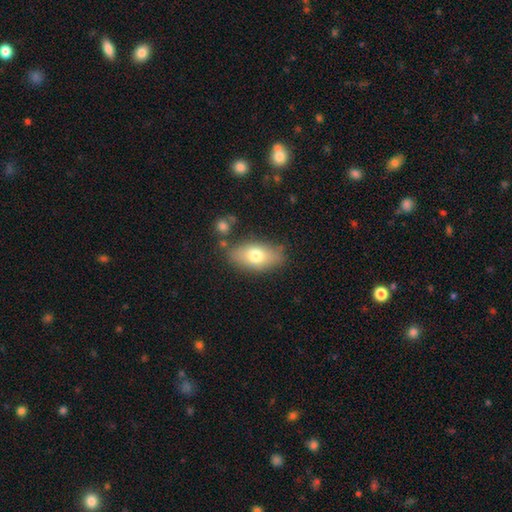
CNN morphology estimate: This appears to be a smooth galaxy with no disk features (74%) that is in between round and cigar-shaped (89%). Merging: none (77%).